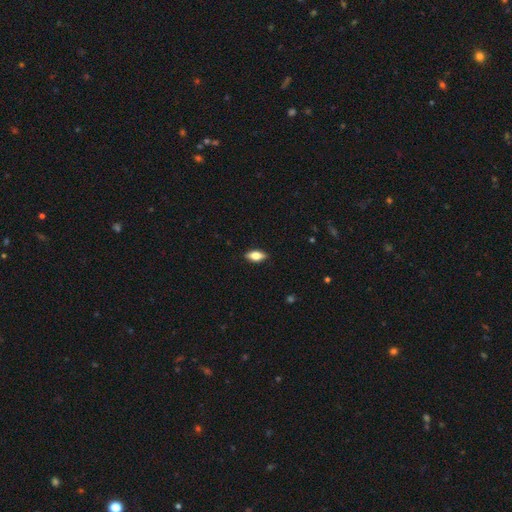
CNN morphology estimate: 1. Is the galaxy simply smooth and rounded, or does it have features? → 66% smooth, 26% featured or disk, 7% star or artifact.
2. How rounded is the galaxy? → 83% in between, 13% cigar-shaped, 4% round.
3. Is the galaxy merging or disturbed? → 88% none, 9% minor disturbance, 2% major disturbance, 1% merger.